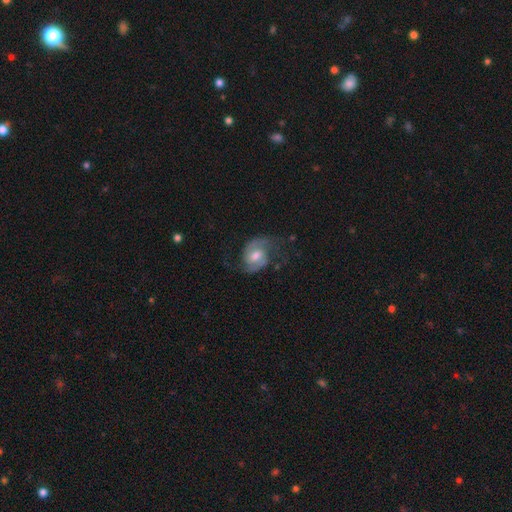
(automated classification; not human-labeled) smooth_or_featured: featured or disk (p=0.81) [alt: smooth p=0.13]
disk_edge_on: no (p=0.97) [alt: yes p=0.03]
bar: weak (p=0.49) [alt: no p=0.39]
has_spiral_arms: yes (p=0.95) [alt: no p=0.05]
spiral_winding: medium (p=0.50) [alt: loose p=0.32]
spiral_arm_count: 2 (p=0.88) [alt: can't tell p=0.05]
bulge_size: moderate (p=0.65) [alt: small p=0.20]
merging: none (p=0.64) [alt: minor disturbance p=0.20]